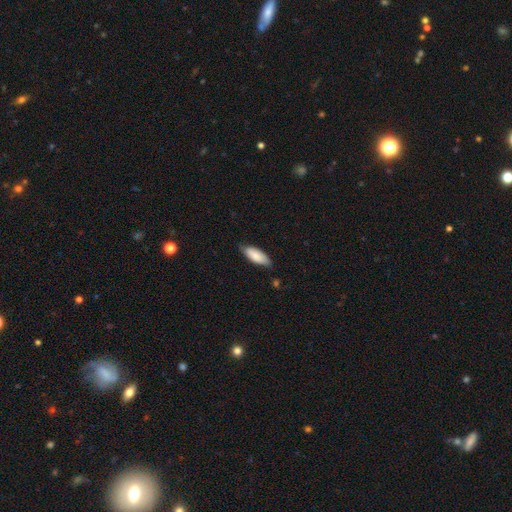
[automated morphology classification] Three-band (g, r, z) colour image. It shows a smooth galaxy with no disk features (82%) that is in between round and cigar-shaped (76%). Merging: none (77%).